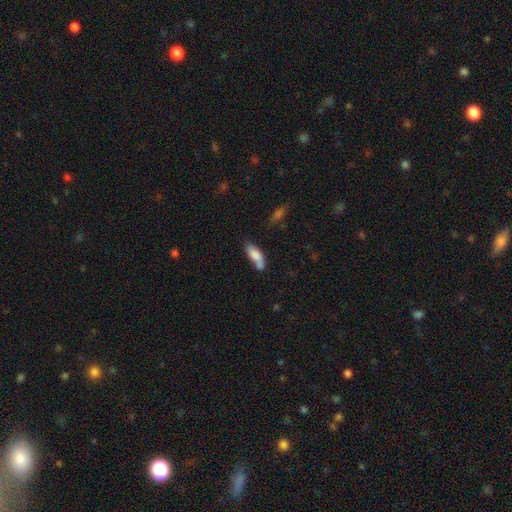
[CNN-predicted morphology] smooth-or-featured: smooth: 79% | featured or disk: 13% | star or artifact: 7%
  how-rounded: in between: 72% | cigar-shaped: 26% | round: 2%
  merging: none: 46% | minor disturbance: 27% | merger: 17% | major disturbance: 10%